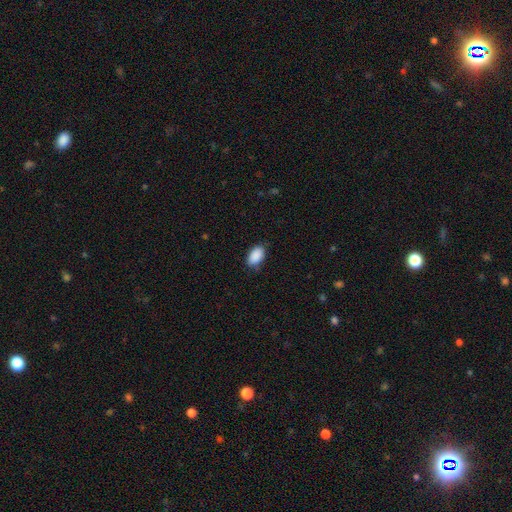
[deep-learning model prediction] smooth 90%, star or artifact 7%, featured or disk 3%. Down the decision tree: how rounded — in between (93%); merging — none (83%).